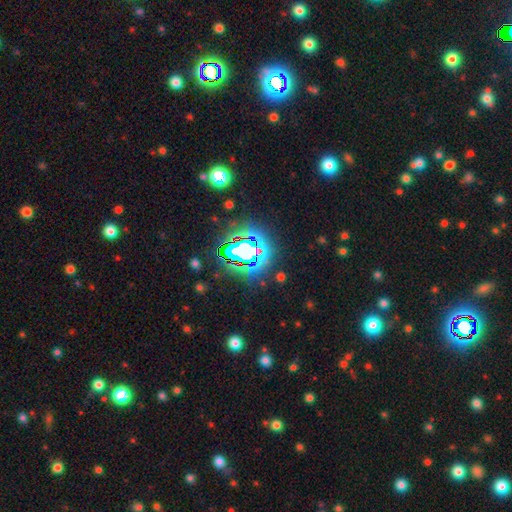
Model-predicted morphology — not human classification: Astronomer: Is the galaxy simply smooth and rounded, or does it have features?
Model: star or artifact — 82%.